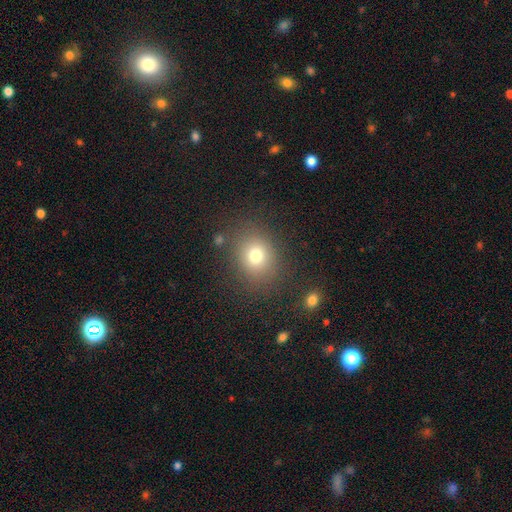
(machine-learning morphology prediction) smooth_or_featured: smooth (p=0.75) [alt: star or artifact p=0.15]
how_rounded: round (p=0.68) [alt: in between p=0.31]
merging: none (p=0.81) [alt: minor disturbance p=0.10]